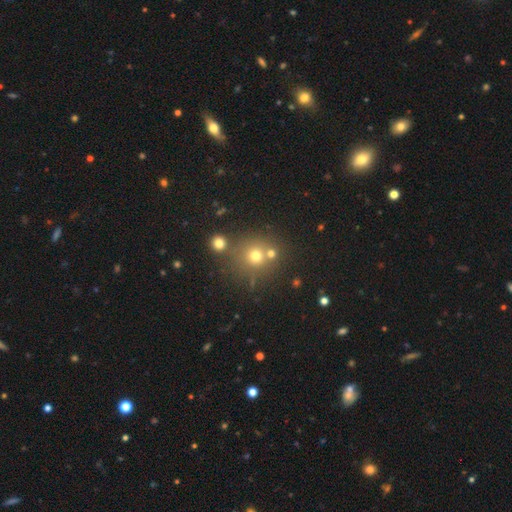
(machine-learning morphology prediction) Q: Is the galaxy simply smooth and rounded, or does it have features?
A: smooth — 68%.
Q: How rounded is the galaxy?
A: round — 90%.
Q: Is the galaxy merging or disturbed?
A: none — 67%.